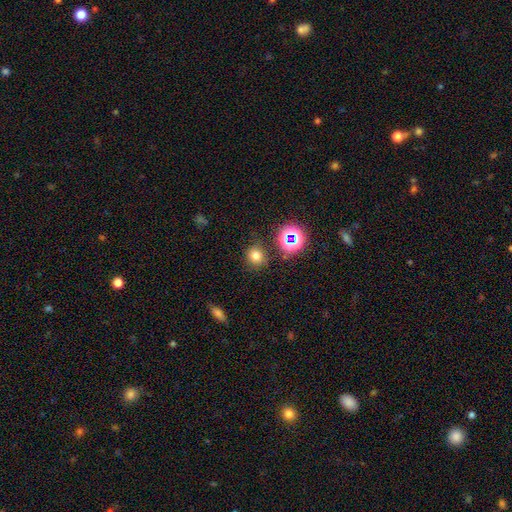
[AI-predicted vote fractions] Smooth or featured? smooth (72%)
How rounded? round (84%)
Merging? none (81%)